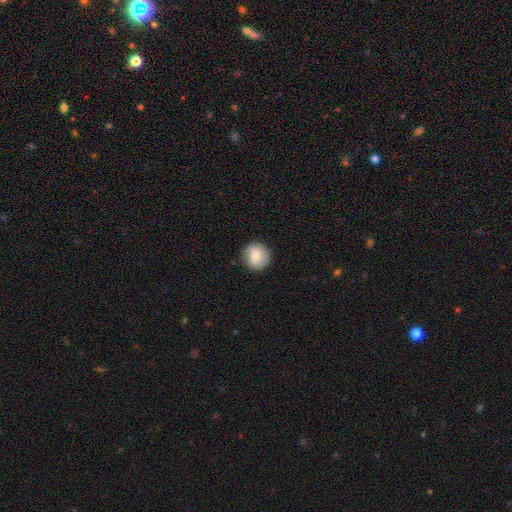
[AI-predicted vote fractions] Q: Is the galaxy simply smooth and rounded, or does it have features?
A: smooth — 72%.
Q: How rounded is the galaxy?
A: round — 91%.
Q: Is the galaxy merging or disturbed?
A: none — 86%.